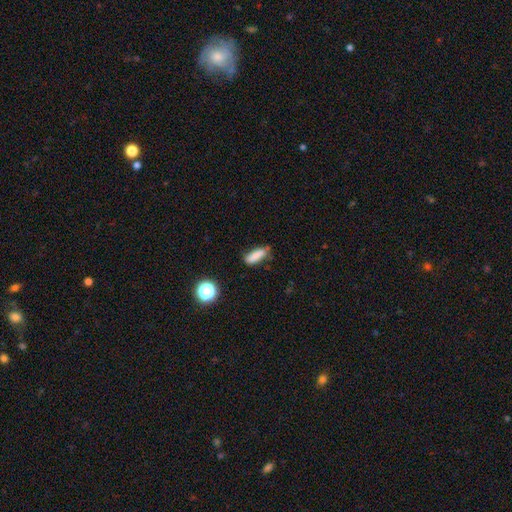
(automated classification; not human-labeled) smooth-or-featured: smooth: 81% | star or artifact: 10% | featured or disk: 9%
  how-rounded: in between: 55% | cigar-shaped: 42% | round: 3%
  merging: none: 62% | minor disturbance: 29% | major disturbance: 6% | merger: 3%